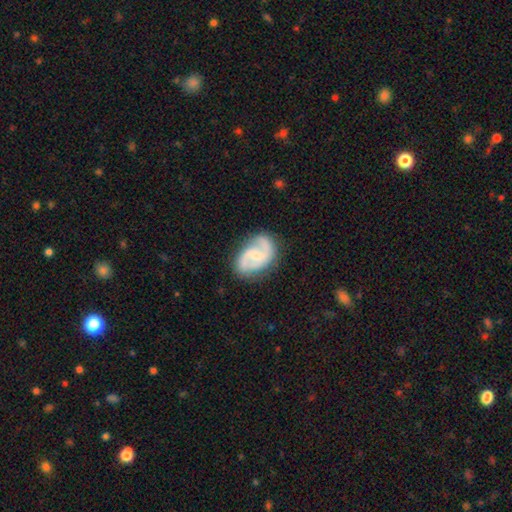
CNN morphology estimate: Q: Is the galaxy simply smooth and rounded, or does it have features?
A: featured or disk — 83%.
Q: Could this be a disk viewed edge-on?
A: no — 98%.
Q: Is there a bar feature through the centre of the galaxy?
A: weak — 46%.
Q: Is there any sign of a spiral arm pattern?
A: yes — 95%.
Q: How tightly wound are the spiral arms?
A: medium — 54%.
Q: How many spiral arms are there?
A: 2 — 87%.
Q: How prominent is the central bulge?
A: small — 56%.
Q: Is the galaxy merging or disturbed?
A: none — 74%.